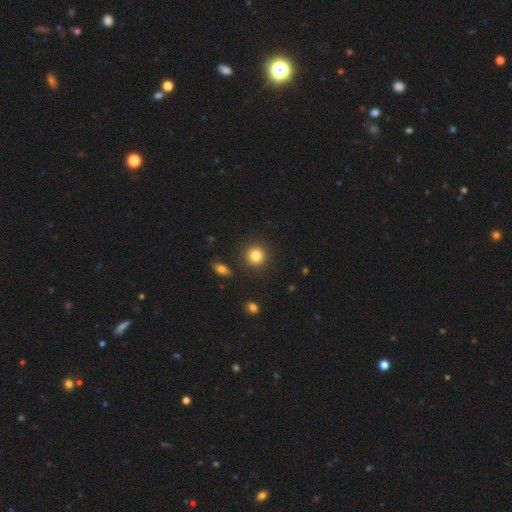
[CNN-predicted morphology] This appears to be a smooth galaxy with no disk features (83%) that is round (92%). Merging: none (89%).